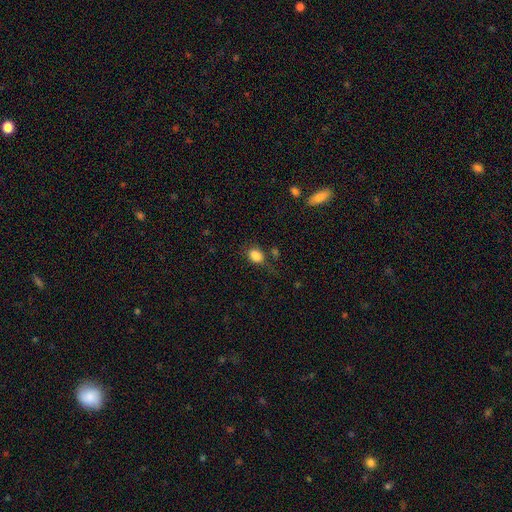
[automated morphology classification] This appears to be a smooth galaxy with no disk features (84%) that is in between round and cigar-shaped (66%). Merging: none (60%).